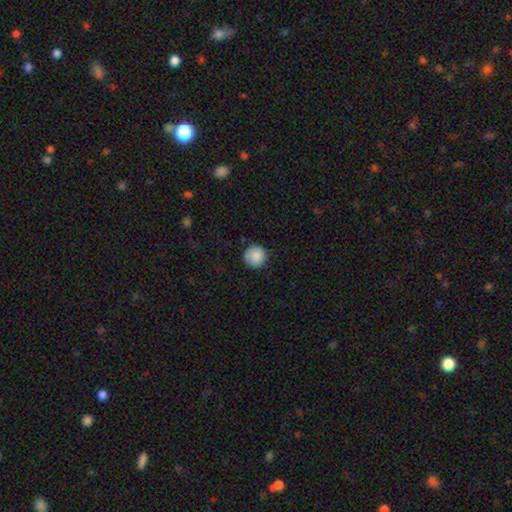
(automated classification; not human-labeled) Overall: smooth (87%). How rounded: round (95%). Merging: none (85%).